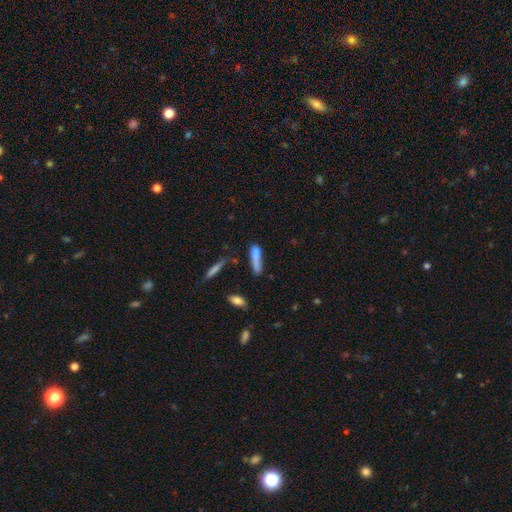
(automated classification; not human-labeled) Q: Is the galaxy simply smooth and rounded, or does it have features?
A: smooth — 73%.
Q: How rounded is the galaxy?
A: cigar-shaped — 72%.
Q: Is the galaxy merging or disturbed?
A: none — 40%.